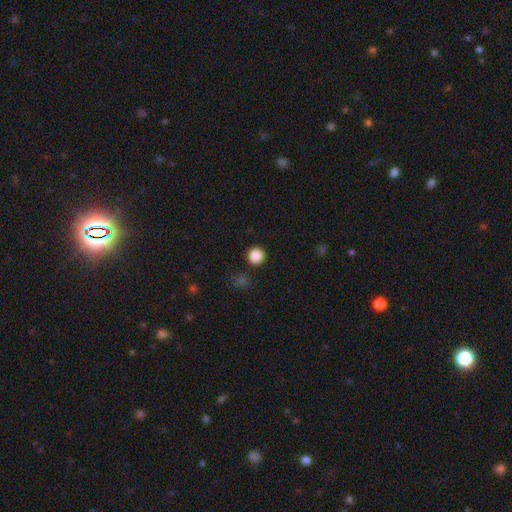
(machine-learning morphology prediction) The model was most divided on "smooth or featured": smooth: 87%, star or artifact: 10%, featured or disk: 3%. More confident: how rounded — round (95%); merging — none (92%).